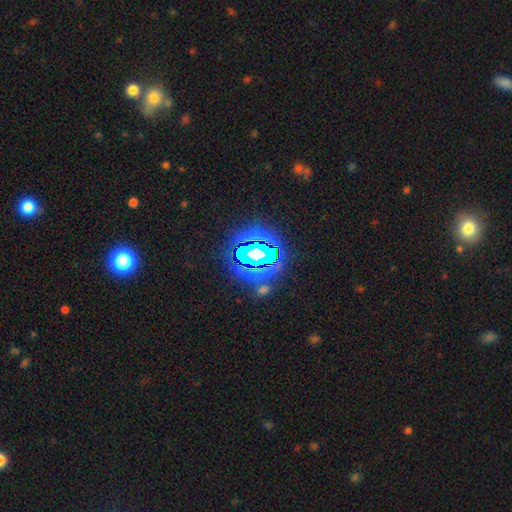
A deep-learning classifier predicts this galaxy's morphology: type=star or artifact (76%).